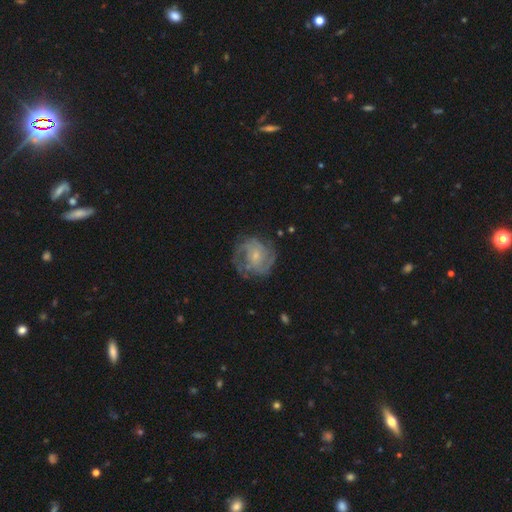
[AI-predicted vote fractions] Smooth or featured: featured or disk — 82% (smooth — 12%)
Edge-on disk: no — 98% (yes — 2%)
Bar: no — 54% (weak — 39%)
Spiral arms: yes — 94% (no — 6%)
Spiral winding: medium — 44% (tight — 43%)
Spiral arm count: 2 — 43% (3 — 21%)
Bulge size: small — 65% (moderate — 26%)
Merging: none — 71% (minor disturbance — 18%)